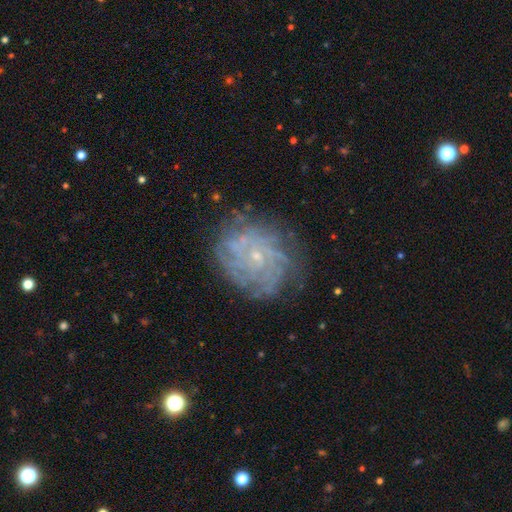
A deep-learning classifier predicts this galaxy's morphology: Smooth or featured? Predicted: featured or disk (p=0.78). Edge-on disk? Predicted: no (p=0.97). Bar? Predicted: no (p=0.77). Spiral arms? Predicted: yes (p=0.92). Spiral winding? Predicted: tight (p=0.72). Spiral arm count? Predicted: can't tell (p=0.37). Bulge size? Predicted: small (p=0.83). Merging? Predicted: none (p=0.78).